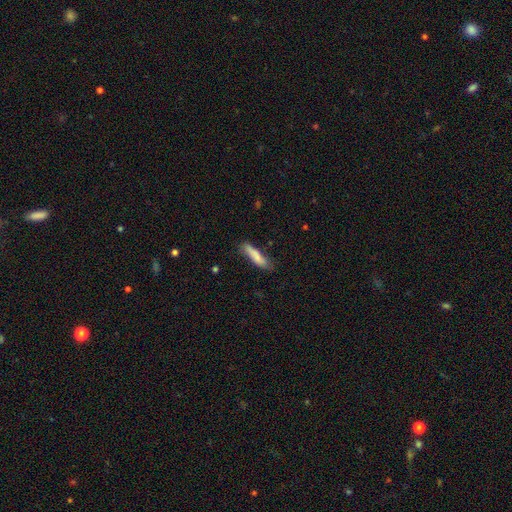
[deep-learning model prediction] A smooth galaxy with no disk features (80%) that is cigar-shaped (78%). Merging: none (72%).